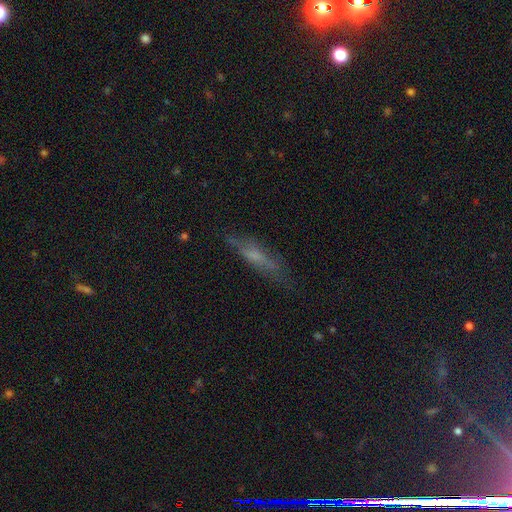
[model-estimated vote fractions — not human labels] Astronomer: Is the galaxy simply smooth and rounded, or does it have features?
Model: featured or disk — 44% (runner-up: smooth, 43%).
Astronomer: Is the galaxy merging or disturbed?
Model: none — 69%.